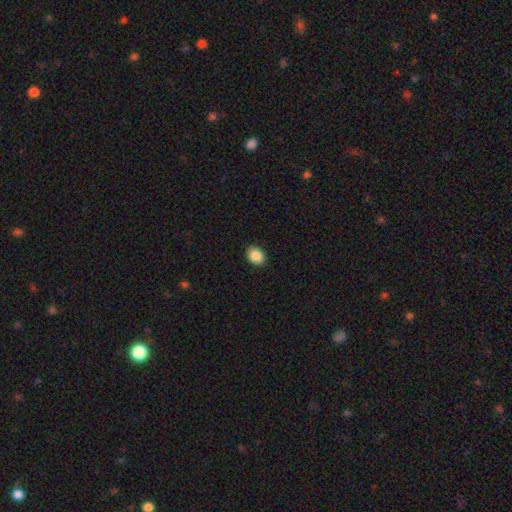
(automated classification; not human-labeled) This appears to be a smooth galaxy with no disk features (88%) that is in between round and cigar-shaped (52%). Merging: none (88%).